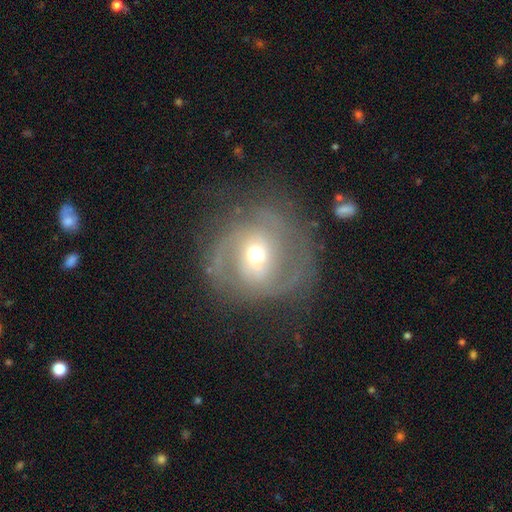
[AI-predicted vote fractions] Q: Smooth or featured?
A: featured or disk (78%); runner-up: smooth (15%)
Q: Edge-on disk?
A: no (97%); runner-up: yes (3%)
Q: Bar?
A: no (44%); runner-up: weak (40%)
Q: Spiral arms?
A: yes (89%); runner-up: no (11%)
Q: Spiral winding?
A: medium (45%); runner-up: tight (35%)
Q: Spiral arm count?
A: 2 (67%); runner-up: can't tell (15%)
Q: Bulge size?
A: moderate (58%); runner-up: small (34%)
Q: Merging?
A: none (66%); runner-up: minor disturbance (17%)